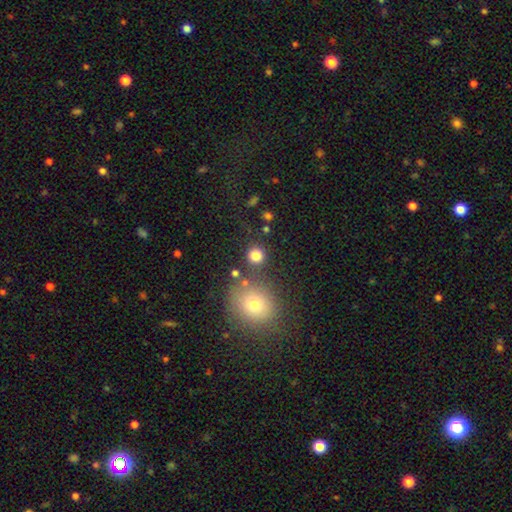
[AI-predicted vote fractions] This is clearly a smooth galaxy (80%). How rounded: clearly round (91%). Merging: likely none (79%).